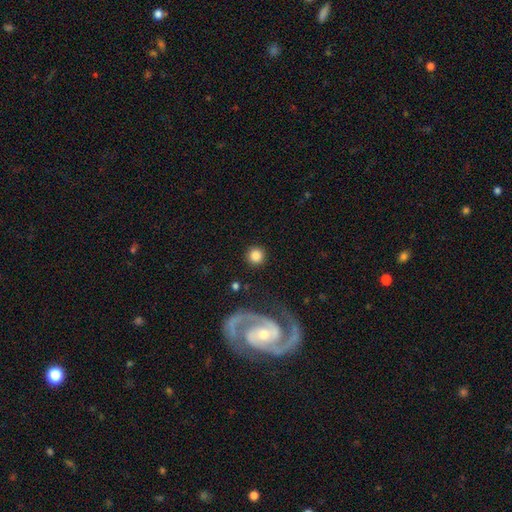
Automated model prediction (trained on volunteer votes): smooth-or-featured: smooth: 83% | star or artifact: 9% | featured or disk: 8%
  how-rounded: round: 95% | in between: 4% | cigar-shaped: 1%
  merging: none: 89% | minor disturbance: 6% | major disturbance: 3% | merger: 2%